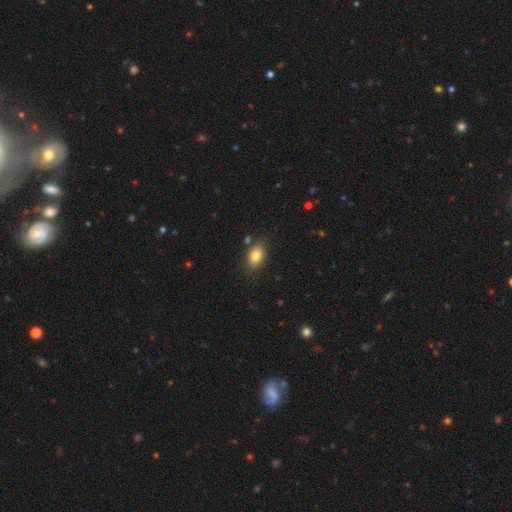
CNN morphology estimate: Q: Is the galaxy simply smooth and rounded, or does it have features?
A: smooth — 82%.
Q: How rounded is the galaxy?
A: in between — 86%.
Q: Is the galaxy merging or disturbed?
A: none — 81%.